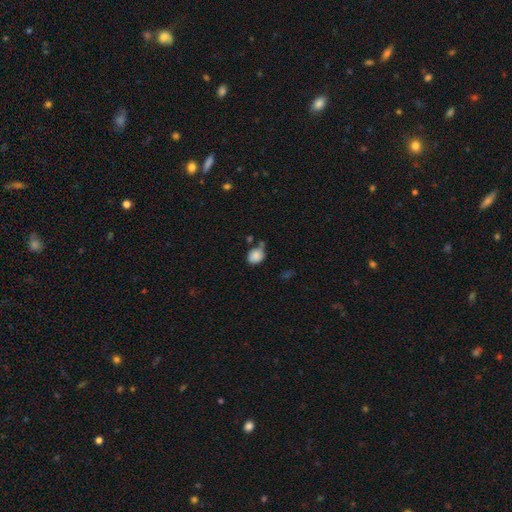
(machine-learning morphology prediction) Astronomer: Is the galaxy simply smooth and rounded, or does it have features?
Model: smooth — 86%.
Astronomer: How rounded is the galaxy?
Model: round — 53% (runner-up: in between, 46%).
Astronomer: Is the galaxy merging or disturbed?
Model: none — 52%.